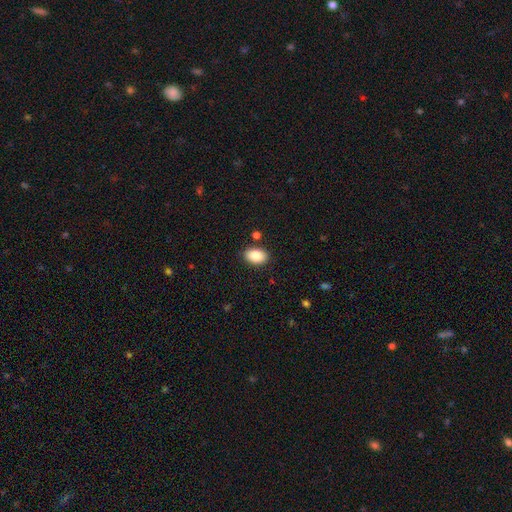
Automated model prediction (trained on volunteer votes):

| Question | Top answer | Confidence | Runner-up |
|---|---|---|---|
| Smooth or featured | smooth | 86% | star or artifact (8%) |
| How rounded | in between | 85% | round (14%) |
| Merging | none | 86% | minor disturbance (9%) |